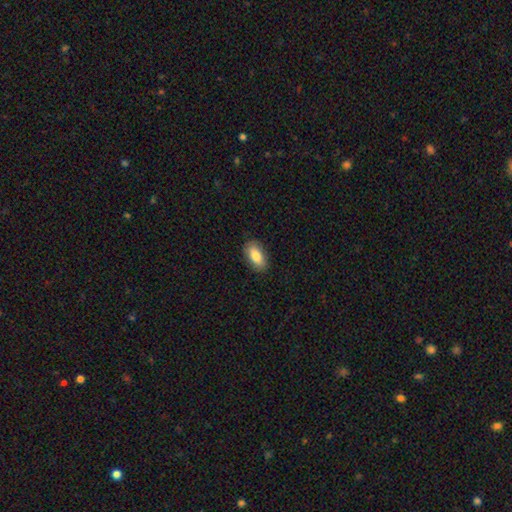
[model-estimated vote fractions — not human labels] This appears to be a smooth galaxy with no disk features (84%) that is in between round and cigar-shaped (91%). Merging: none (86%).